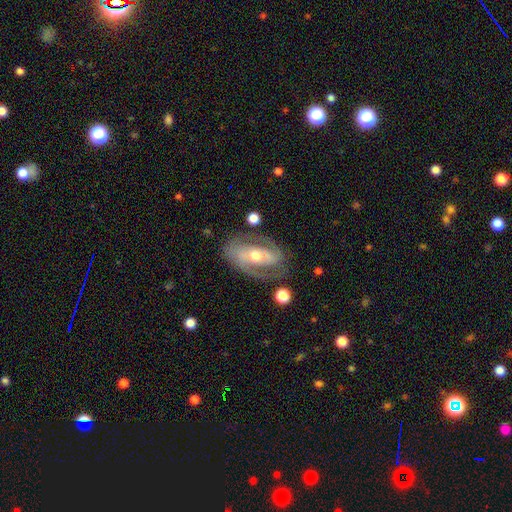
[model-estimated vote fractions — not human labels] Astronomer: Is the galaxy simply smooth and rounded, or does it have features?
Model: featured or disk — 79%.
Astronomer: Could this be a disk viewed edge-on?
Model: no — 93%.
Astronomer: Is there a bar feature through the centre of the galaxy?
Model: strong — 36% (runner-up: no, 33%).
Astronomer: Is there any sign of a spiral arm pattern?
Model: yes — 80%.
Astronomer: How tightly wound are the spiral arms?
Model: medium — 44% (runner-up: tight, 37%).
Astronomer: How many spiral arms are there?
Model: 2 — 78%.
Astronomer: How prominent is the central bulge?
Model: moderate — 64%.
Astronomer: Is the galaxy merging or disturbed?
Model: none — 70%.